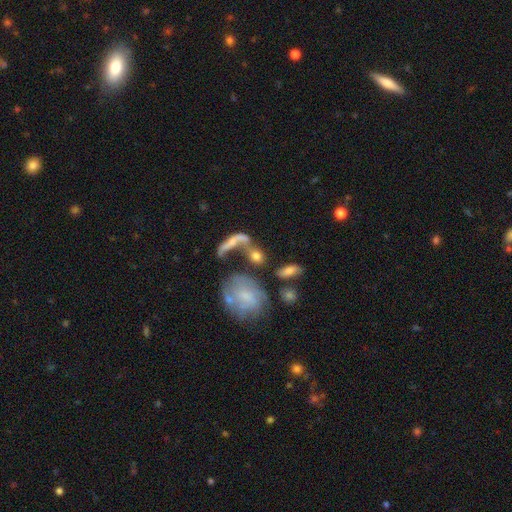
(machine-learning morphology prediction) The model was most divided on "merging": merger: 34%, none: 33%, major disturbance: 19%, minor disturbance: 14%. Remaining: smooth or featured — smooth (46%).